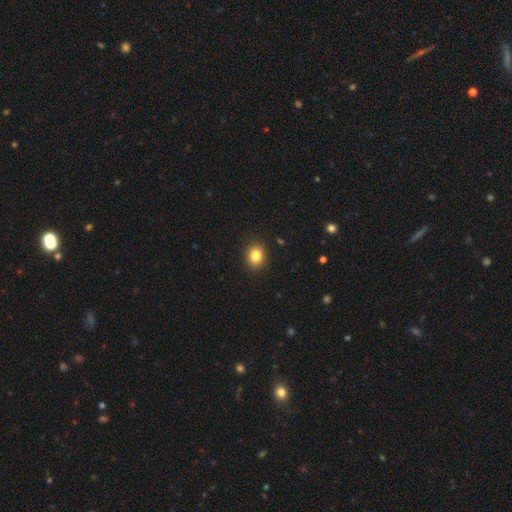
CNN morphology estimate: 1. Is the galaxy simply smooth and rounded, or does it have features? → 83% smooth, 10% star or artifact, 6% featured or disk.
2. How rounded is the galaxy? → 65% round, 34% in between, 1% cigar-shaped.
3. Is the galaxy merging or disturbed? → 91% none, 6% minor disturbance, 2% major disturbance, 1% merger.